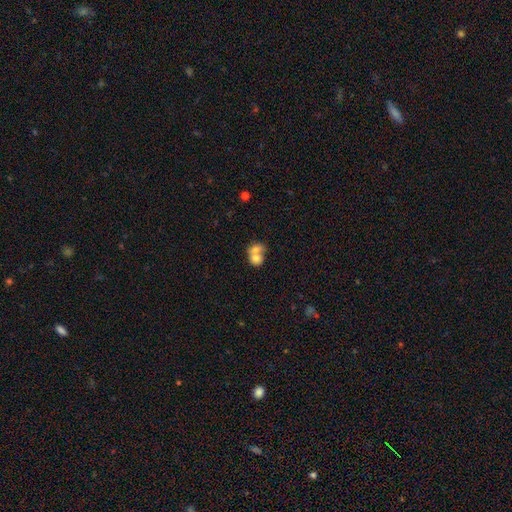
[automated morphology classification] smooth 70%, featured or disk 21%, star or artifact 9%. Down the decision tree: how rounded — round (54%); merging — merger (73%).